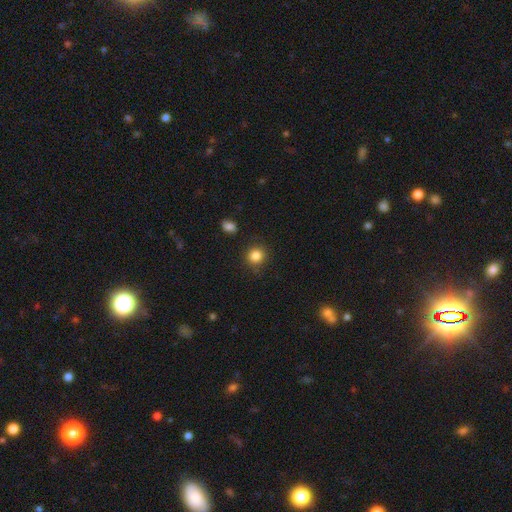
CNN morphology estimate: Overall: smooth (85%). How rounded: round (90%). Merging: none (87%).